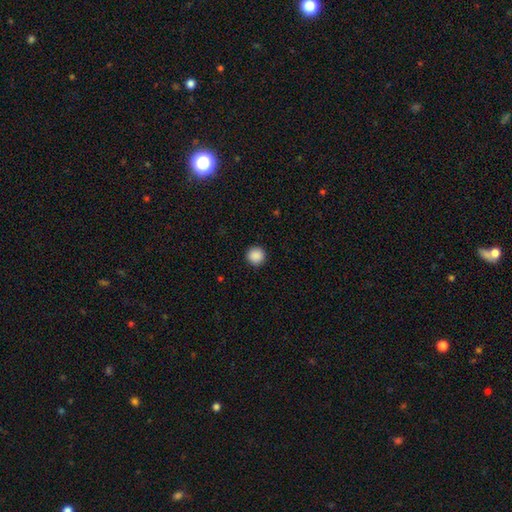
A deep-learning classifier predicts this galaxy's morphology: Smooth or featured? smooth (89%)
How rounded? round (96%)
Merging? none (93%)